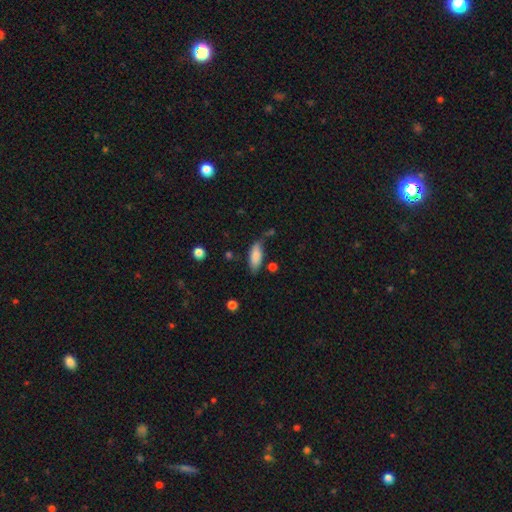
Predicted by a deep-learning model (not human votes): This appears to be a smooth galaxy with no disk features (81%) that is in between round and cigar-shaped (77%). Merging: none (60%).